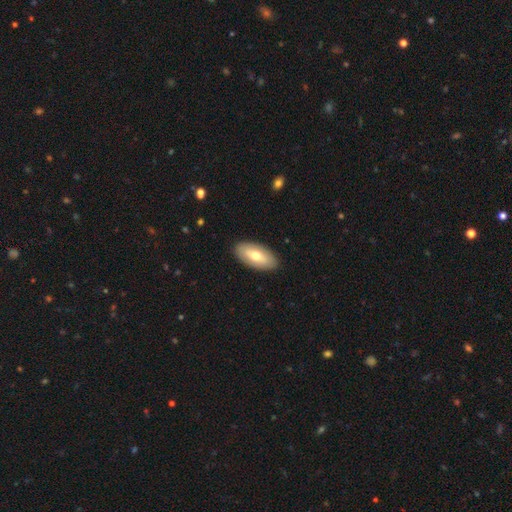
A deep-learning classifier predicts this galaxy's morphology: smooth 63%, featured or disk 31%, star or artifact 5%. Down the decision tree: how rounded — in between (91%); merging — none (89%).